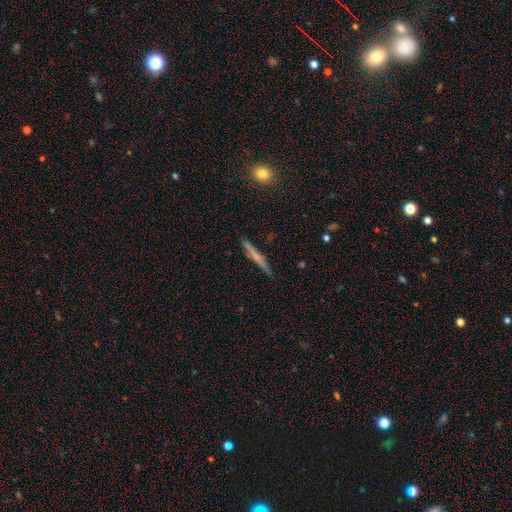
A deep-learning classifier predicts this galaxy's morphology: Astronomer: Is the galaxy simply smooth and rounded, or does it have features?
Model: smooth — 50% (runner-up: featured or disk, 43%).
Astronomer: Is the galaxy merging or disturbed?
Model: none — 86%.